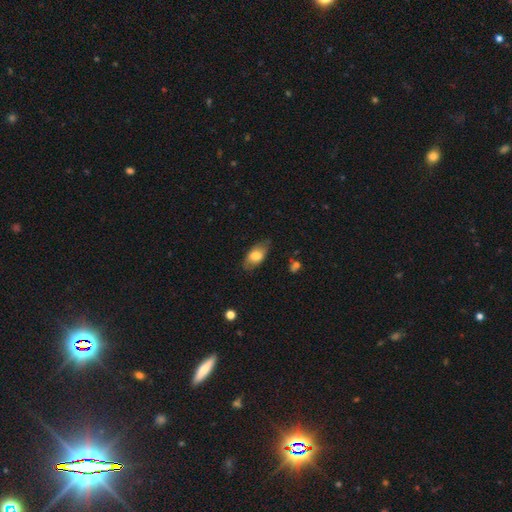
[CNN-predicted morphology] smooth-or-featured: smooth: 74% | featured or disk: 19% | star or artifact: 7%
  how-rounded: in between: 90% | round: 5% | cigar-shaped: 5%
  merging: none: 78% | minor disturbance: 17% | major disturbance: 4% | merger: 1%